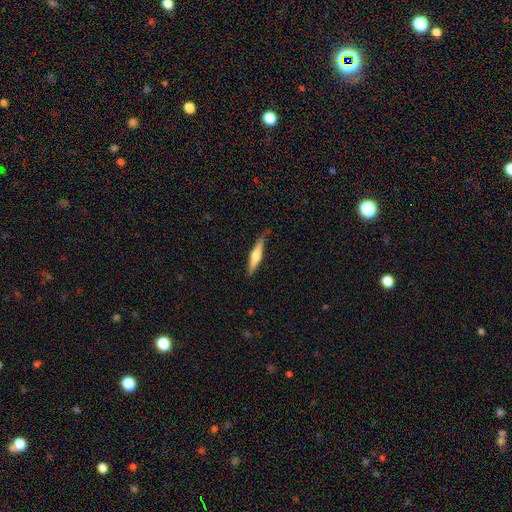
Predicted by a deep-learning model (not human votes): featured or disk 50%, smooth 44%, star or artifact 5%. Down the decision tree: edge-on disk — yes (96%); merging — none (80%).